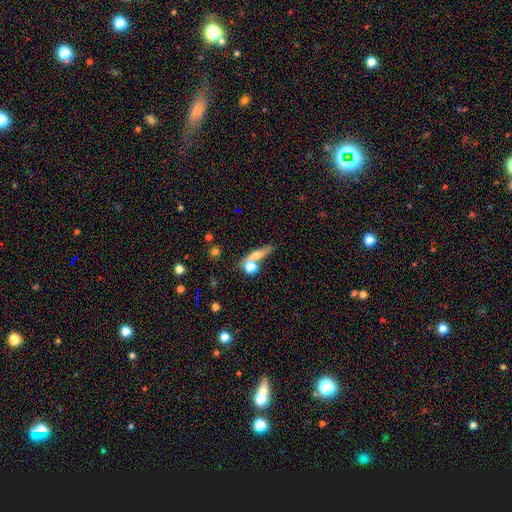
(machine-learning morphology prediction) This appears to be a smooth galaxy with no disk features (62%) that is cigar-shaped (46%). Merging: none (39%, tied with merger).